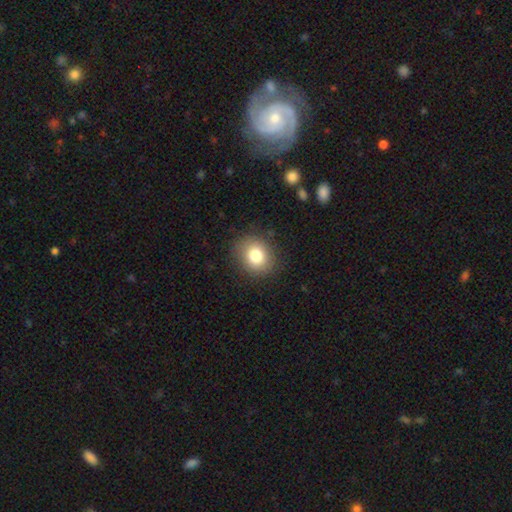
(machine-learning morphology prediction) A smooth galaxy with no disk features (81%) that is round (68%).

Vote fractions:
- Smooth or featured? smooth: 81% / star or artifact: 10% / featured or disk: 9%
- How rounded? round: 68% / in between: 31% / cigar-shaped: 1%
- Merging? none: 87% / minor disturbance: 9% / major disturbance: 3% / merger: 1%